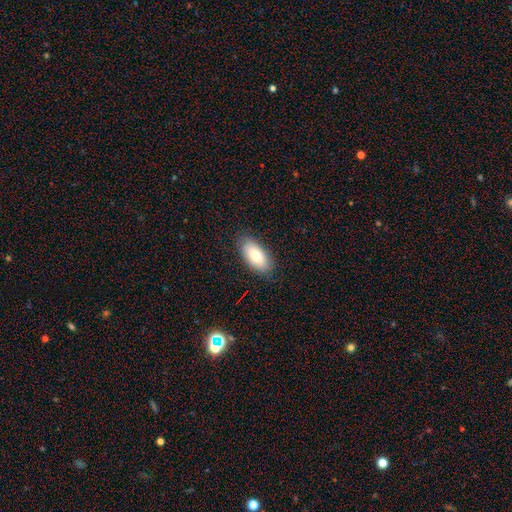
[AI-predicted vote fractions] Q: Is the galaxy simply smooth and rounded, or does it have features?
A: smooth — 76%.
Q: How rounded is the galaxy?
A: in between — 91%.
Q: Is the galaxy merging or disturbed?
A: none — 85%.